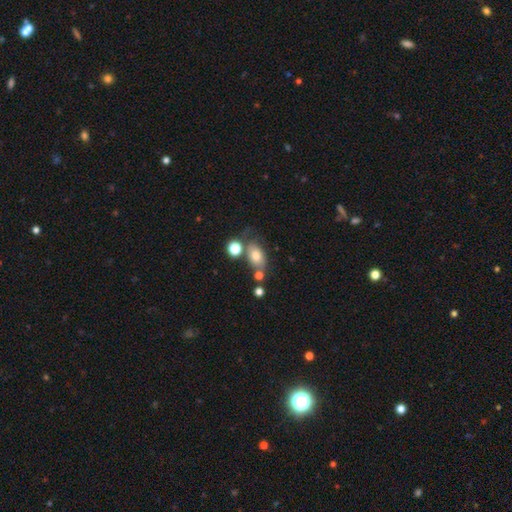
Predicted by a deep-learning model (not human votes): Q: Smooth or featured?
A: smooth (73%); runner-up: featured or disk (16%)
Q: How rounded?
A: in between (77%); runner-up: round (20%)
Q: Merging?
A: none (57%); runner-up: minor disturbance (18%)